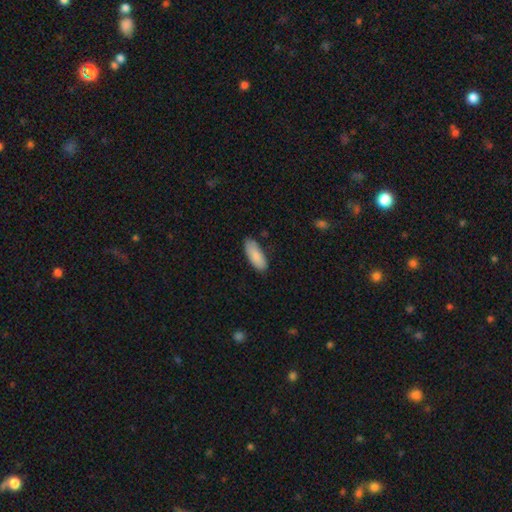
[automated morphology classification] Overall: smooth (87%). How rounded: in between (77%). Merging: none (80%).